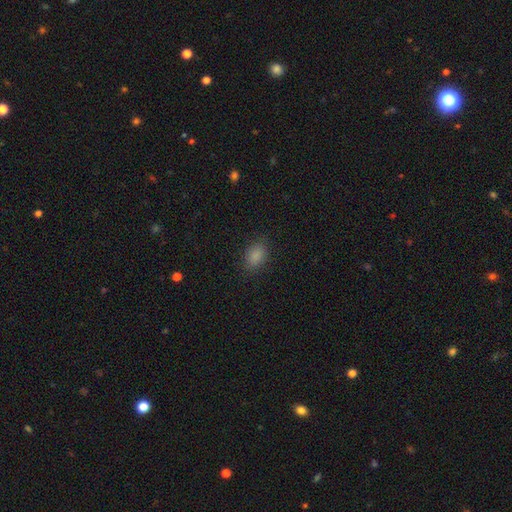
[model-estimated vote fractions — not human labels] A smooth galaxy with no disk features (86%) that is in between round and cigar-shaped (84%). Merging: none (85%).